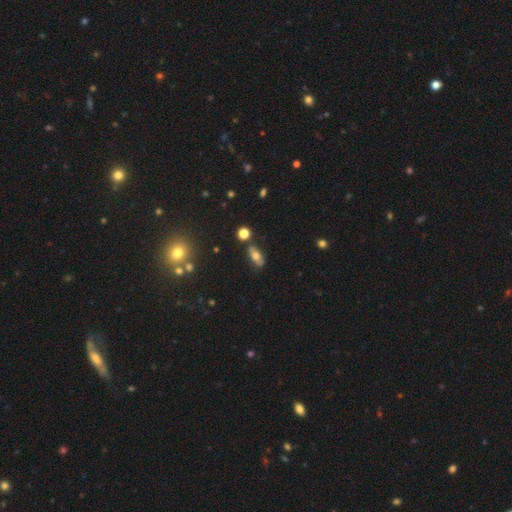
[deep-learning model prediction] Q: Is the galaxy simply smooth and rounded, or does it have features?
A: smooth — 61%.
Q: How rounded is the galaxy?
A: in between — 78%.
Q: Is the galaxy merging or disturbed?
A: none — 78%.